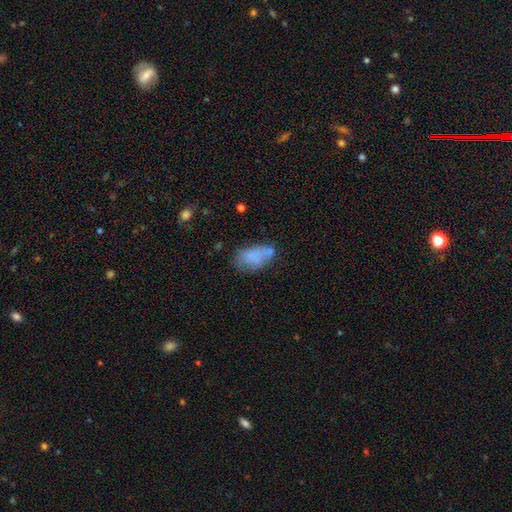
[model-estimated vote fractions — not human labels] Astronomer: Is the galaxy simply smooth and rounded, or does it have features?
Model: smooth — 67%.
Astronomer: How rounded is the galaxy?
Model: in between — 90%.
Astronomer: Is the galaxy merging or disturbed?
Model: none — 45% (runner-up: minor disturbance, 27%).